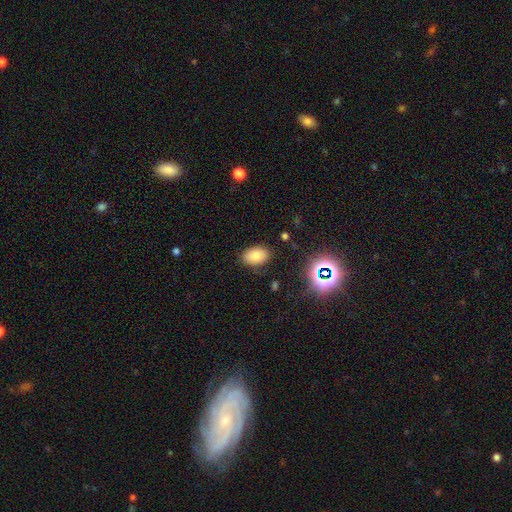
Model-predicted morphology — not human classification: The model was most divided on "smooth or featured": smooth: 78%, star or artifact: 13%, featured or disk: 8%. More confident: how rounded — in between (86%); merging — none (83%).